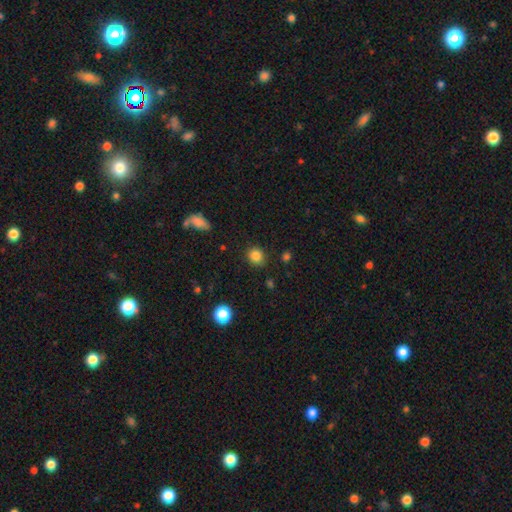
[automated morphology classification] A smooth galaxy with no disk features (84%) that is round (77%). Merging: none (86%).